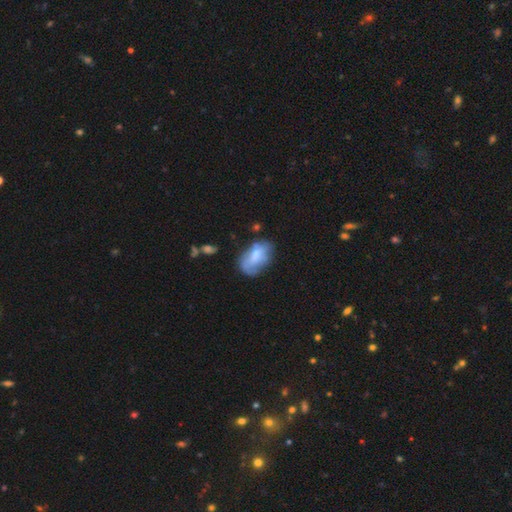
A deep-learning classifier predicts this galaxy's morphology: Smooth or featured?
  - smooth: 59% *
  - featured or disk: 33%
  - star or artifact: 8%
How rounded?
  - in between: 90% *
  - round: 8%
  - cigar-shaped: 2%
Merging?
  - none: 48% *
  - minor disturbance: 30%
  - major disturbance: 16%
  - merger: 6%